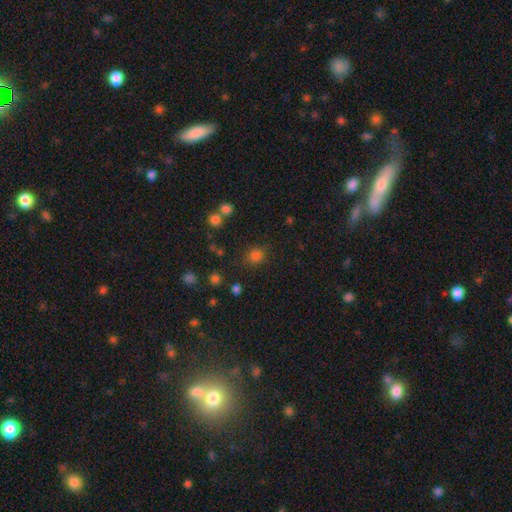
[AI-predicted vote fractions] The model was most divided on "how rounded": round: 78%, in between: 21%, cigar-shaped: 1%. More confident: merging — none (78%); smooth or featured — smooth (76%).